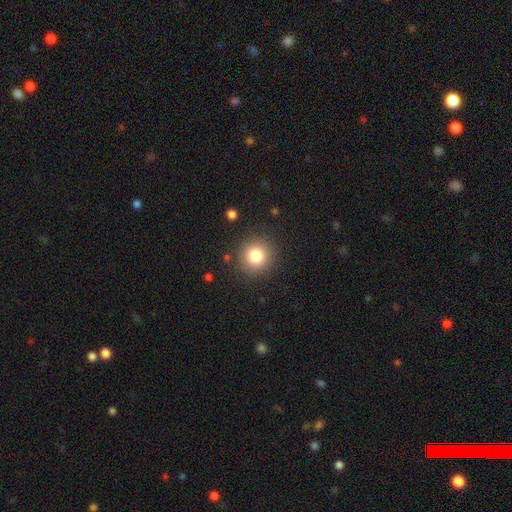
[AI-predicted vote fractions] This is clearly a smooth galaxy (80%). How rounded: clearly round (92%). Merging: clearly none (89%).